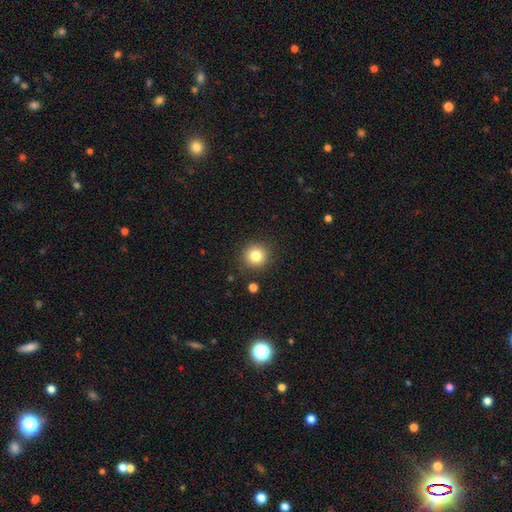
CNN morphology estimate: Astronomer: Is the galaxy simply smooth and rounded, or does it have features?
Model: smooth — 81%.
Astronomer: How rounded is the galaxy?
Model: round — 94%.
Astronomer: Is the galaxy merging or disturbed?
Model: none — 89%.